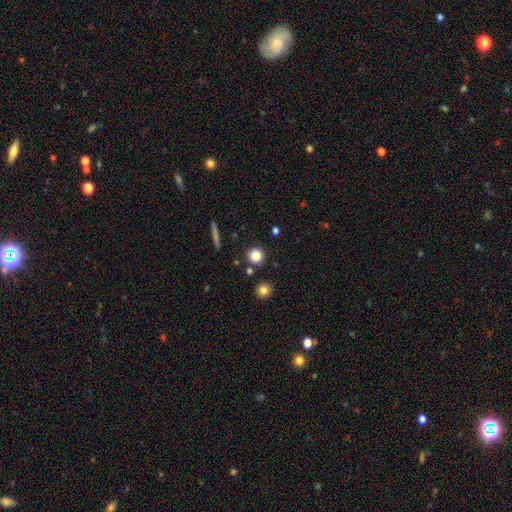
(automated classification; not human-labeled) The model was most divided on "smooth or featured": smooth: 82%, star or artifact: 11%, featured or disk: 7%. More confident: how rounded — round (92%); merging — none (87%).